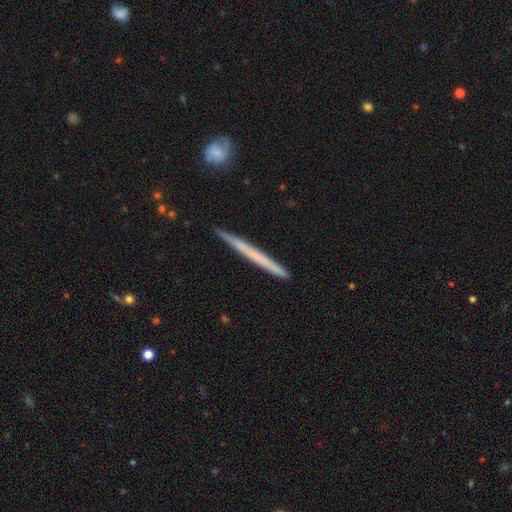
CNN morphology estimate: type=smooth (50%); roundness=cigar-shaped (97%); merging=none (90%).